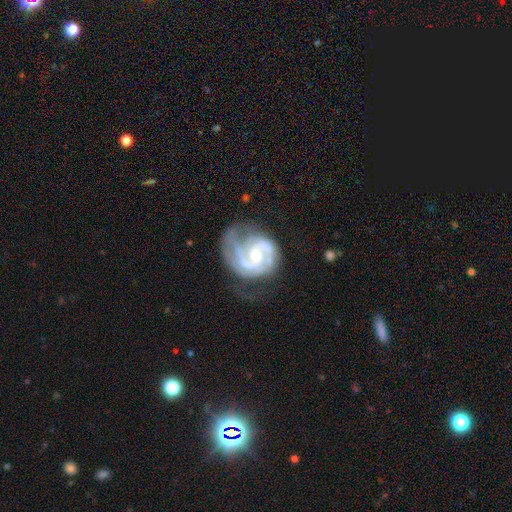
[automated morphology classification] This is clearly a featured or disk galaxy (90%). It is clearly not viewed edge-on (98%). Bar: possibly no (51%). Spiral arm pattern: clearly yes (97%). Spiral arm count: likely 2 (70%). Spiral winding: possibly medium (45%). Central bulge: possibly moderate (57%). Merging: possibly none (52%).